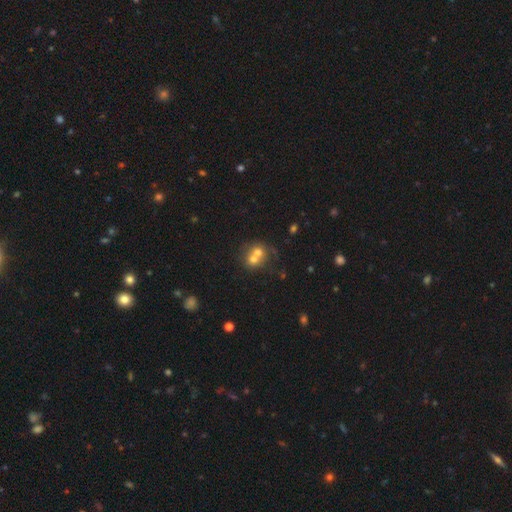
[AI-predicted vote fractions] Morphology: type=smooth (63%); roundness=round (75%); merging=merger (67%).